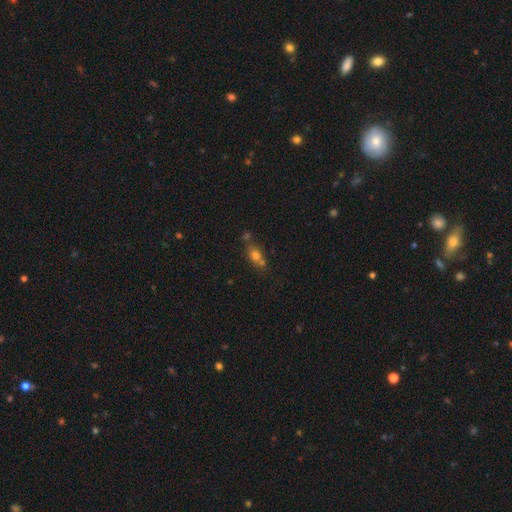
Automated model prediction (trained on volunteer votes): A smooth galaxy with no disk features (68%) that is in between round and cigar-shaped (64%).

Vote fractions:
- Smooth or featured? smooth: 68% / featured or disk: 18% / star or artifact: 14%
- How rounded? in between: 64% / round: 25% / cigar-shaped: 11%
- Merging? none: 50% / merger: 30% / minor disturbance: 15% / major disturbance: 6%